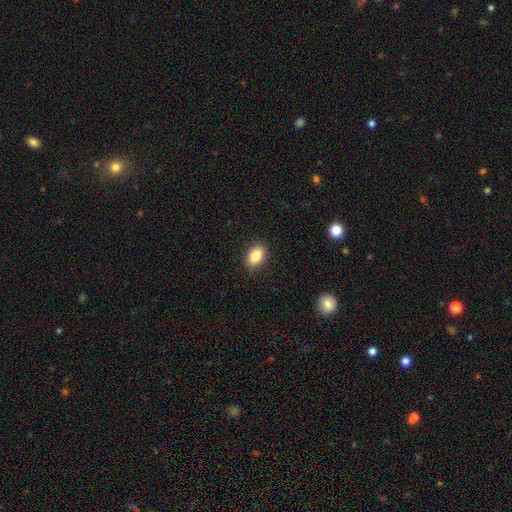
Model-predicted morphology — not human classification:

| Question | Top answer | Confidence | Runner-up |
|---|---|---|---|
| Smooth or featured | smooth | 86% | star or artifact (8%) |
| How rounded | in between | 87% | round (12%) |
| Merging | none | 88% | minor disturbance (8%) |